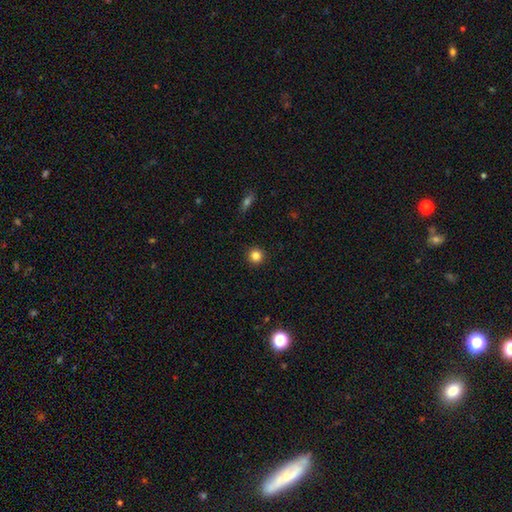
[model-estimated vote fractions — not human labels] A smooth galaxy with no disk features (84%) that is round (95%). Merging: none (93%).